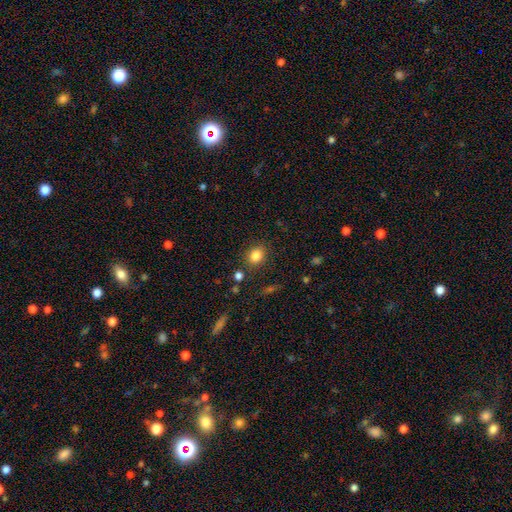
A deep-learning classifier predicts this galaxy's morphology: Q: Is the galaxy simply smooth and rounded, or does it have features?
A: smooth — 84%.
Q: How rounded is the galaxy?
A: round — 58%.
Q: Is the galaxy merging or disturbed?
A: none — 83%.